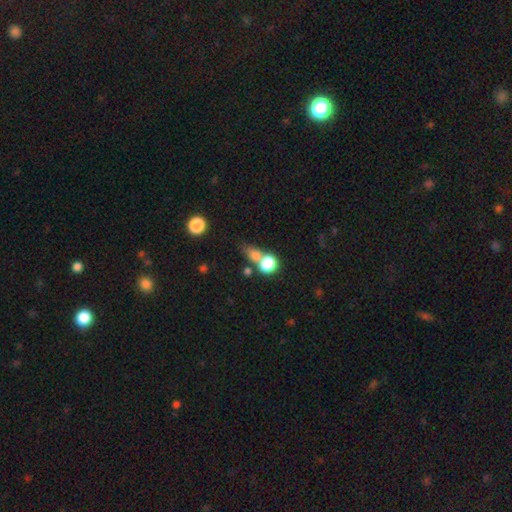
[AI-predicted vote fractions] smooth 75%, star or artifact 14%, featured or disk 11%. Down the decision tree: how rounded — round (63%); merging — merger (45%).